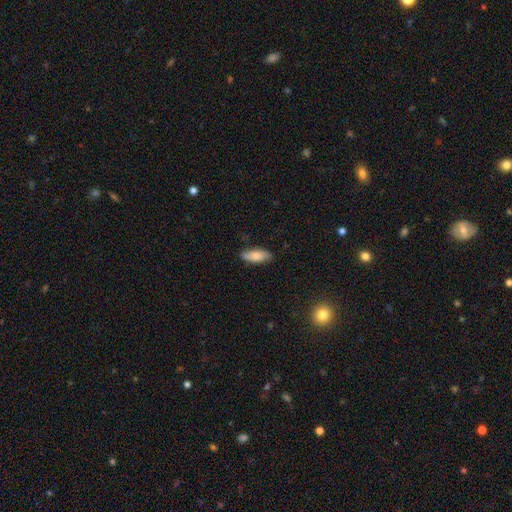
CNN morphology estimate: Q: Smooth or featured?
A: smooth (78%); runner-up: featured or disk (15%)
Q: How rounded?
A: in between (72%); runner-up: cigar-shaped (26%)
Q: Merging?
A: none (80%); runner-up: minor disturbance (16%)